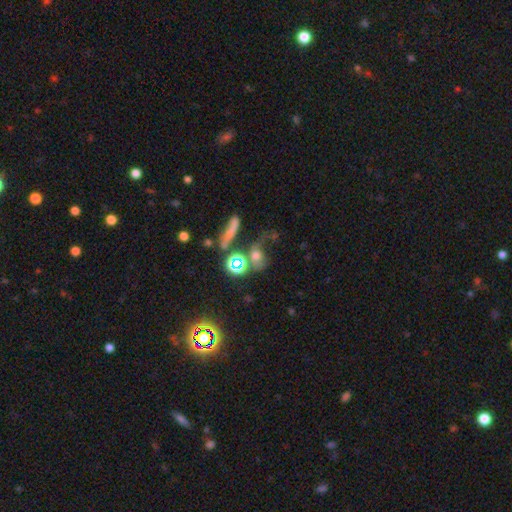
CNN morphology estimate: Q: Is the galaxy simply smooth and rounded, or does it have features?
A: smooth — 53%.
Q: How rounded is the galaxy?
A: round — 53%.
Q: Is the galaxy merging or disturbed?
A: none — 39%.